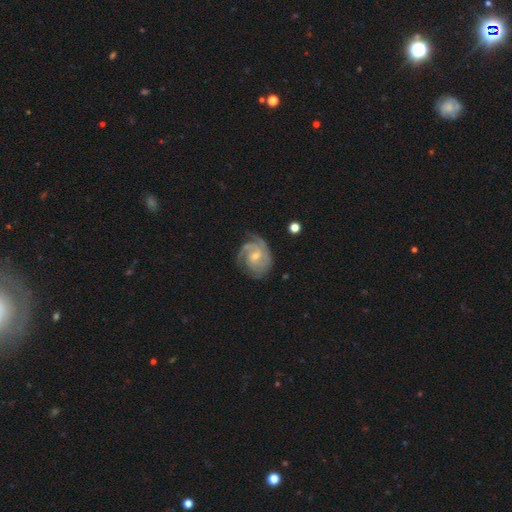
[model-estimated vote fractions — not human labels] Smooth or featured? Predicted: featured or disk (p=0.86). Edge-on disk? Predicted: no (p=0.98). Bar? Predicted: no (p=0.56). Spiral arms? Predicted: yes (p=0.97). Spiral winding? Predicted: tight (p=0.57). Spiral arm count? Predicted: 3 (p=0.37). Bulge size? Predicted: small (p=0.60). Merging? Predicted: none (p=0.65).